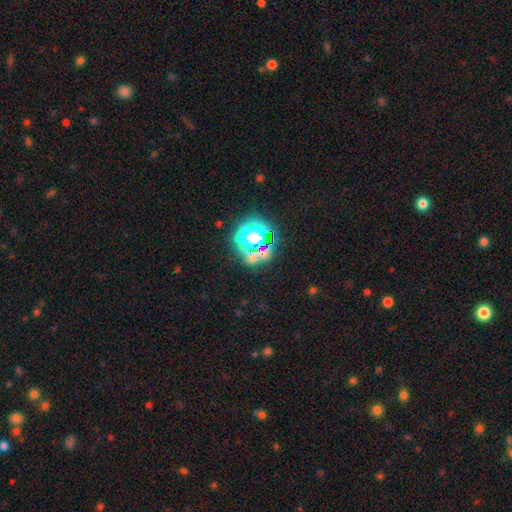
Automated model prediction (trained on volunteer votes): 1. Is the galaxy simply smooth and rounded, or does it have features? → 41% star or artifact, 38% smooth, 20% featured or disk.